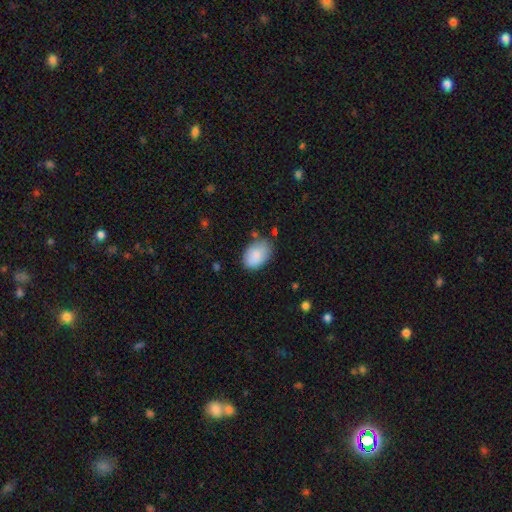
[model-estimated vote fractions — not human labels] Q: Smooth or featured?
A: smooth (86%); runner-up: featured or disk (7%)
Q: How rounded?
A: in between (89%); runner-up: round (10%)
Q: Merging?
A: none (72%); runner-up: minor disturbance (21%)